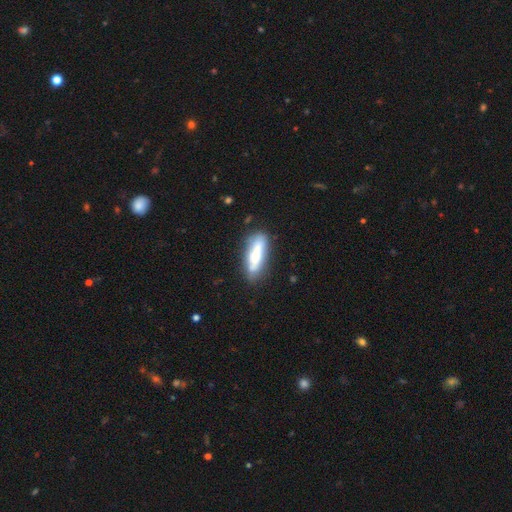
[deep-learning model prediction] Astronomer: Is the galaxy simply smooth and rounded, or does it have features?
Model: smooth — 60%.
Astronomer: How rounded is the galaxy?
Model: cigar-shaped — 58% (runner-up: in between, 40%).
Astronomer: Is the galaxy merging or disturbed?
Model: none — 71%.